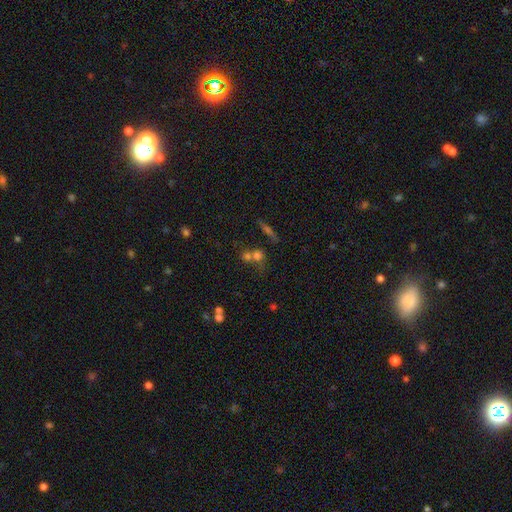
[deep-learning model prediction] This appears to be a smooth galaxy with no disk features (55%) that is round (76%). Merging: merger (44%).